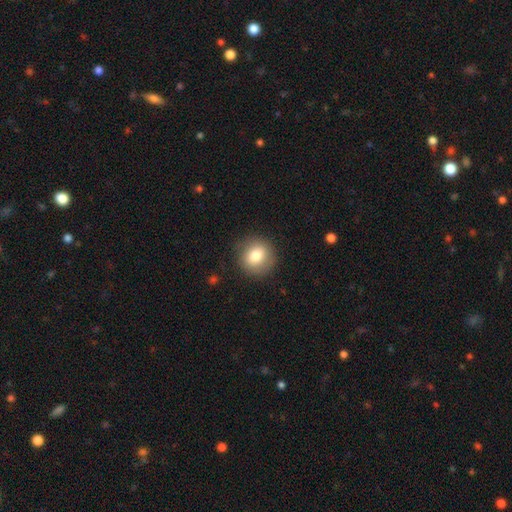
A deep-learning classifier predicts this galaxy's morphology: A smooth galaxy with no disk features (80%) that is round (86%). Merging: none (85%).